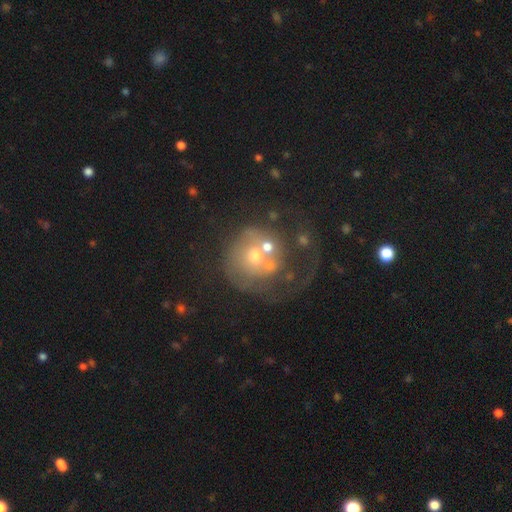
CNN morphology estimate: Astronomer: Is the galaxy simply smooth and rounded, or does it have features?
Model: featured or disk — 56% (runner-up: smooth, 32%).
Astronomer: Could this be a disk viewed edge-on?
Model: no — 98%.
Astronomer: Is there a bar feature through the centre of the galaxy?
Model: no — 84%.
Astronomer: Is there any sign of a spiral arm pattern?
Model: no — 57% (runner-up: yes, 43%).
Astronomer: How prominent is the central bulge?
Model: moderate — 52% (runner-up: small, 33%).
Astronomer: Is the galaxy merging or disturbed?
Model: major disturbance — 32% (runner-up: merger, 29%).